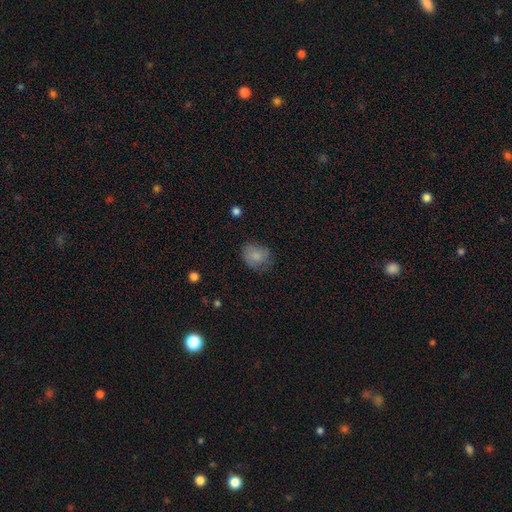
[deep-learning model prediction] Smooth or featured? Predicted: smooth (p=0.76). How rounded? Predicted: round (p=0.50). Merging? Predicted: none (p=0.60).